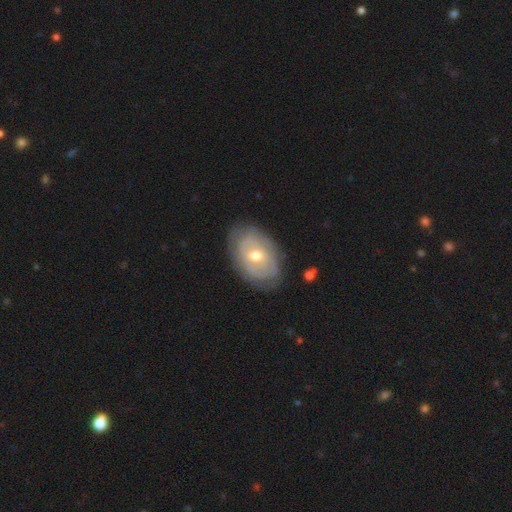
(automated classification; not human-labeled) This is likely a featured or disk galaxy (65%). It is clearly not viewed edge-on (94%). Bar: possibly no (56%). Spiral arm pattern: possibly yes (60%). Central bulge: likely moderate (69%). Merging: likely none (75%).